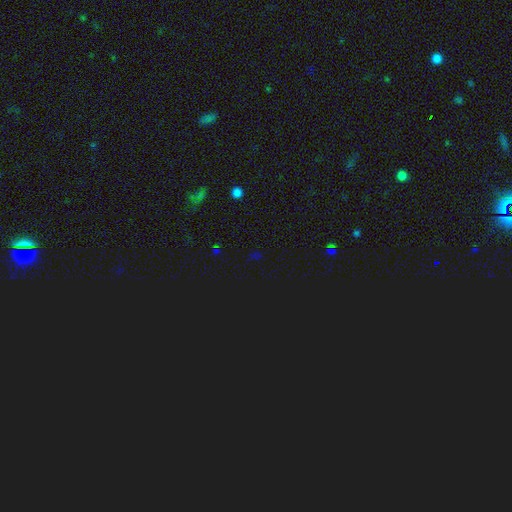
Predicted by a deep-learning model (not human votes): A star or artifact, not a galaxy (72%).

Vote fractions:
- Smooth or featured? star or artifact: 72% / smooth: 21% / featured or disk: 7%